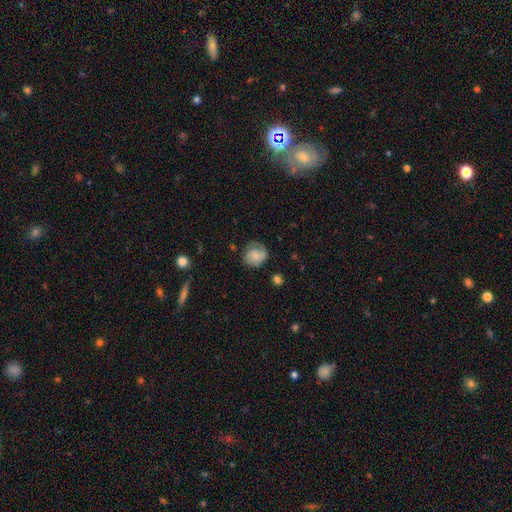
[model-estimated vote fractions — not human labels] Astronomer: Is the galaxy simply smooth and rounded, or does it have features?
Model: smooth — 48% (runner-up: featured or disk, 44%).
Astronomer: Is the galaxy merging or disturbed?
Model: none — 63%.